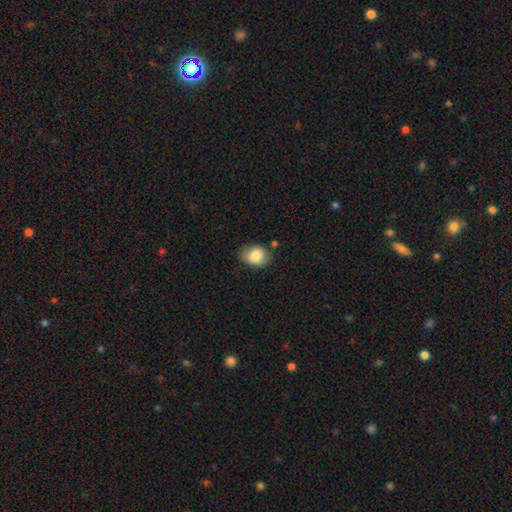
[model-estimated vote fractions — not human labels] A smooth galaxy with no disk features (84%) that is in between round and cigar-shaped (67%).

Vote fractions:
- Smooth or featured? smooth: 84% / star or artifact: 8% / featured or disk: 8%
- How rounded? in between: 67% / round: 32% / cigar-shaped: 1%
- Merging? none: 72% / minor disturbance: 20% / major disturbance: 4% / merger: 4%